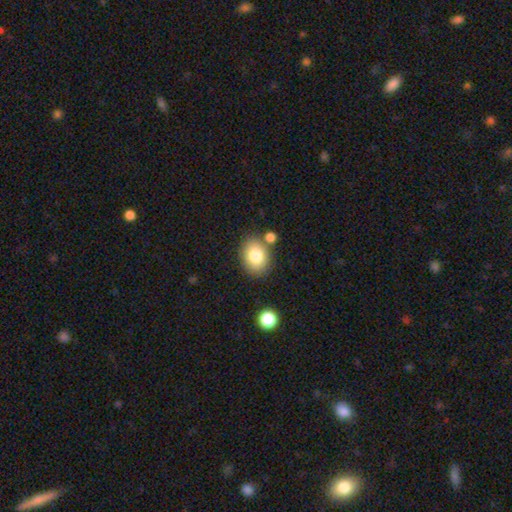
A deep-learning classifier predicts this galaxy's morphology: Q: Smooth or featured?
A: smooth (82%); runner-up: featured or disk (10%)
Q: How rounded?
A: in between (68%); runner-up: round (32%)
Q: Merging?
A: none (76%); runner-up: minor disturbance (12%)